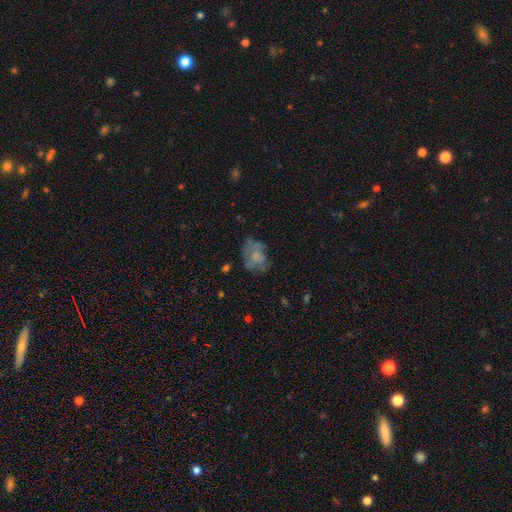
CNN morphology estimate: Smooth or featured? Predicted: smooth (p=0.52). How rounded? Predicted: in between (p=0.66). Merging? Predicted: none (p=0.50).